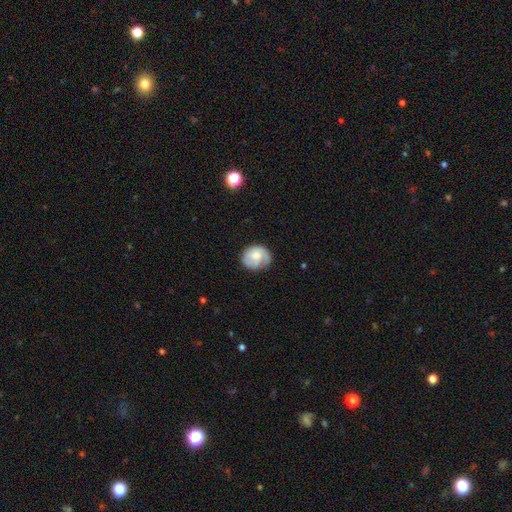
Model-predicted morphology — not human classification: Smooth or featured? Predicted: smooth (p=0.58). How rounded? Predicted: round (p=0.67). Merging? Predicted: none (p=0.55).